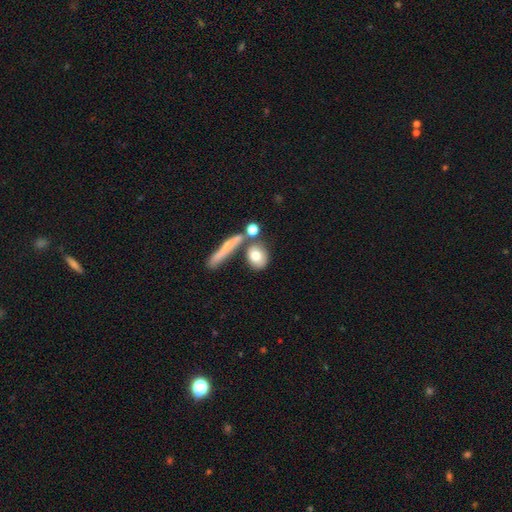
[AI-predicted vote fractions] Overall: smooth (75%). How rounded: in between (50%; round 41%). Merging: none (59%; merger 22%).